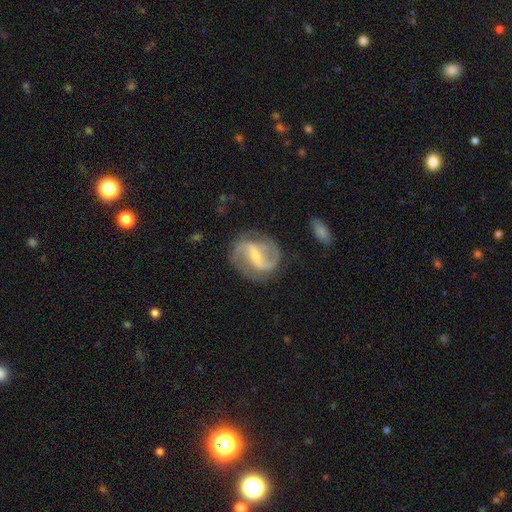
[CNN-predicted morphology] A featured or disk galaxy (88%) with a strong bar (44%), 2 (89%) medium (52%) spiral arms (96%) and a small central bulge (60%).

Vote fractions:
- Smooth or featured? featured or disk: 88% / smooth: 7% / star or artifact: 5%
- Edge-on disk? no: 97% / yes: 3%
- Bar? strong: 44% / weak: 42% / no: 14%
- Spiral arms? yes: 96% / no: 4%
- Spiral winding? medium: 52% / loose: 28% / tight: 19%
- Spiral arm count? 2: 89% / can't tell: 4% / 3: 3% / 1: 2% / 4: 1% / more than 4: 1%
- Bulge size? small: 60% / moderate: 28% / none: 8% / large: 2% / dominant: 1%
- Merging? none: 76% / minor disturbance: 15% / major disturbance: 7% / merger: 2%